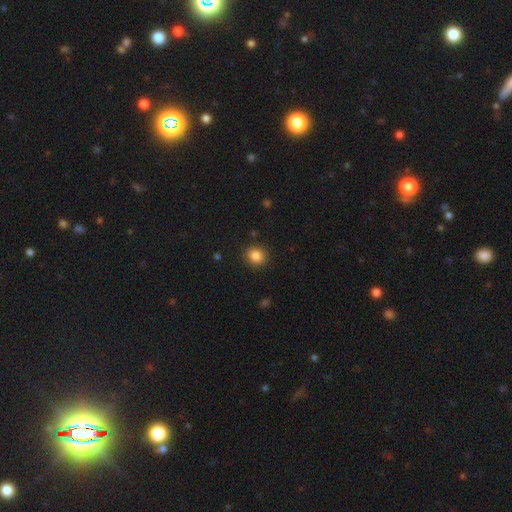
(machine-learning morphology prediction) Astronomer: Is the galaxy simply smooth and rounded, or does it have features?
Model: smooth — 86%.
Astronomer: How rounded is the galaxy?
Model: round — 76%.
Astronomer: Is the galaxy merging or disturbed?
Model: none — 90%.